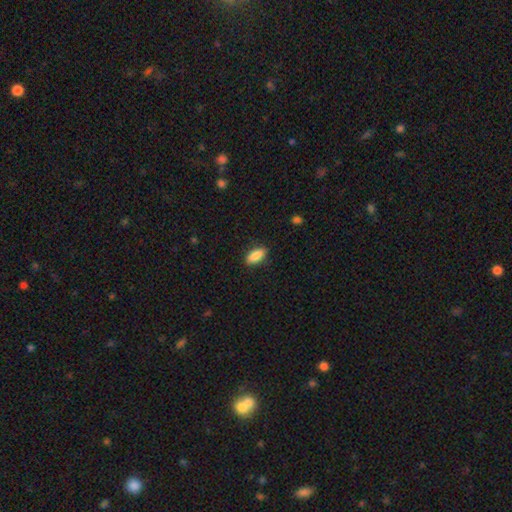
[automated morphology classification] smooth-or-featured: smooth: 87% | featured or disk: 7% | star or artifact: 7%
  how-rounded: in between: 84% | cigar-shaped: 13% | round: 3%
  merging: none: 87% | minor disturbance: 10% | major disturbance: 2% | merger: 1%